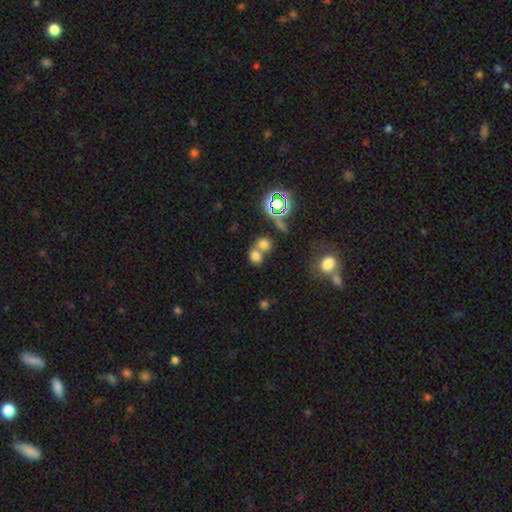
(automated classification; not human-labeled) Overall: smooth (68%). How rounded: round (58%; in between 40%). Merging: merger (53%; none 37%).